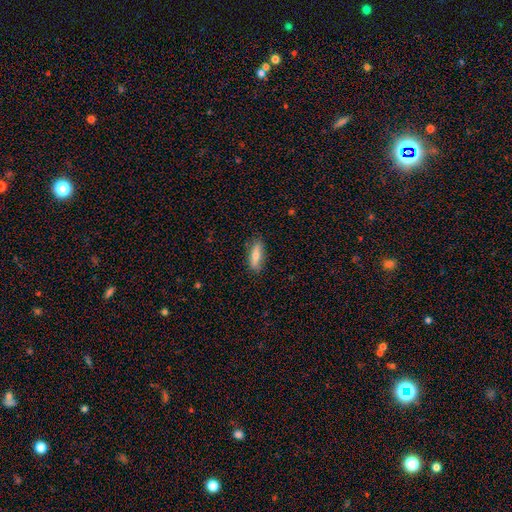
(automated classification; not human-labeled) Morphology: type=smooth (72%); roundness=cigar-shaped (50%); merging=none (84%).